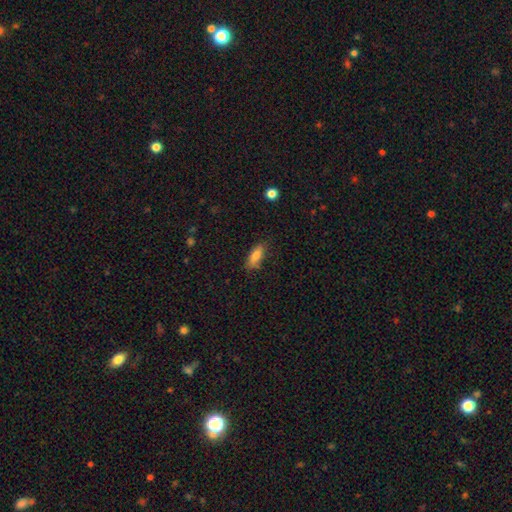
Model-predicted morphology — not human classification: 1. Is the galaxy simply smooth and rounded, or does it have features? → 79% smooth, 14% featured or disk, 7% star or artifact.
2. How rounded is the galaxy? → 67% in between, 30% cigar-shaped, 2% round.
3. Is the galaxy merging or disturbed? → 80% none, 16% minor disturbance, 3% major disturbance, 2% merger.